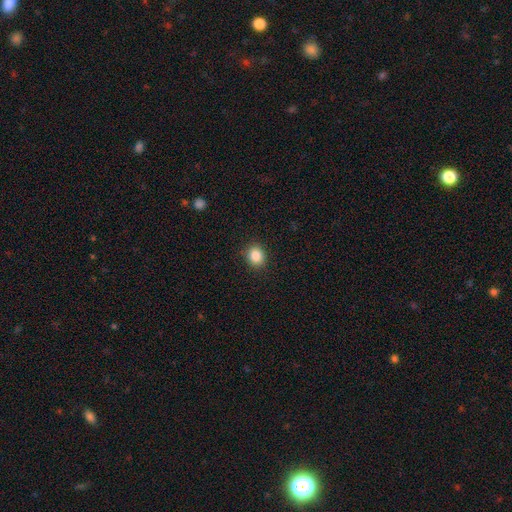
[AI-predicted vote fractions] The model was most divided on "how rounded": round: 66%, in between: 33%, cigar-shaped: 1%. More confident: merging — none (90%); smooth or featured — smooth (86%).